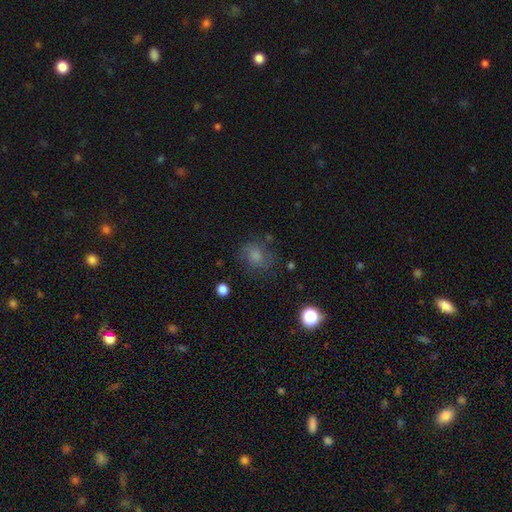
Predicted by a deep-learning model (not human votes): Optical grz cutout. It shows a smooth galaxy with no disk features (64%) that is round (67%). Merging: none (67%).